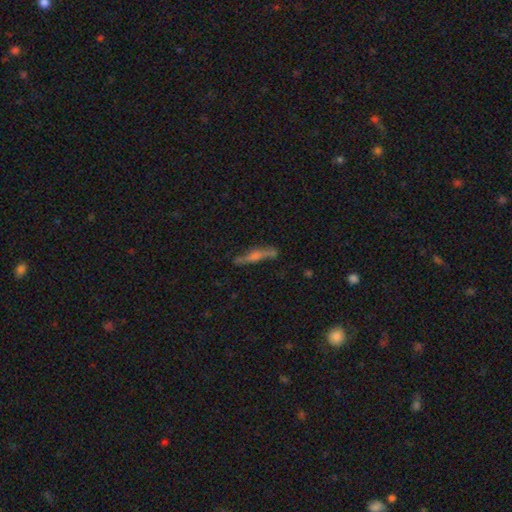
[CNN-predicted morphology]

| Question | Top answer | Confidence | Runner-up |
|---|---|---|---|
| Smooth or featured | featured or disk | 52% | smooth (36%) |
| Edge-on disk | yes | 88% | no (12%) |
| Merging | none | 74% | minor disturbance (16%) |